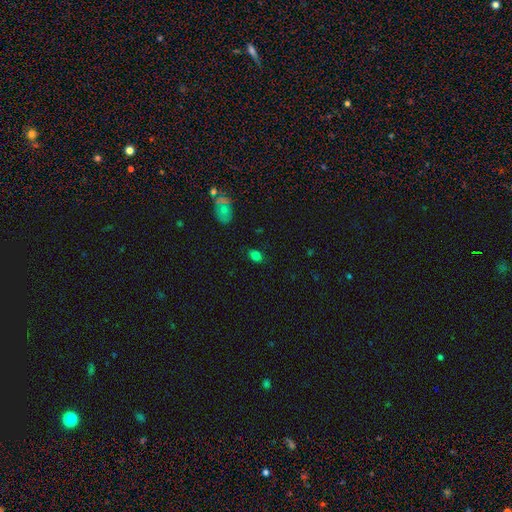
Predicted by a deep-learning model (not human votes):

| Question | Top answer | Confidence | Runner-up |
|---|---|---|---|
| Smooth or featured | smooth | 79% | star or artifact (15%) |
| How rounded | in between | 73% | round (26%) |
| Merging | none | 80% | minor disturbance (15%) |